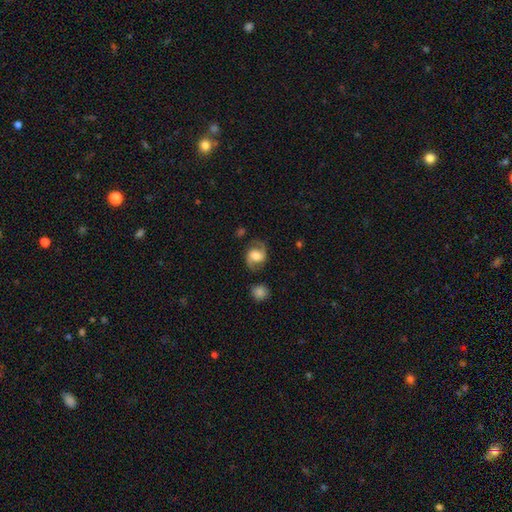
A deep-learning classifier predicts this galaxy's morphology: A featured or disk galaxy (71%) with no bar (44%), 2 (92%) medium (49%) spiral arms (93%) and a moderate central bulge (43%).

Vote fractions:
- Smooth or featured? featured or disk: 71% / smooth: 21% / star or artifact: 7%
- Edge-on disk? no: 97% / yes: 3%
- Bar? no: 44% / weak: 41% / strong: 15%
- Spiral arms? yes: 93% / no: 7%
- Spiral winding? medium: 49% / loose: 35% / tight: 16%
- Spiral arm count? 2: 92% / can't tell: 3% / 1: 2% / 3: 1% / 4: 1% / more than 4: 1%
- Bulge size? moderate: 43% / large: 34% / small: 13% / none: 6% / dominant: 5%
- Merging? none: 76% / minor disturbance: 15% / major disturbance: 6% / merger: 3%